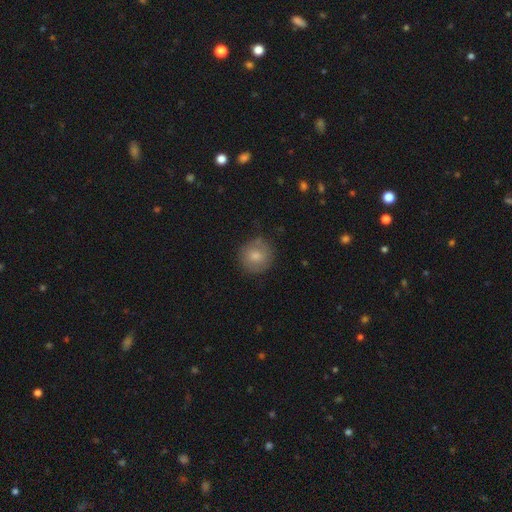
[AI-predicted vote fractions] smooth-or-featured: smooth: 75% | featured or disk: 18% | star or artifact: 7%
  how-rounded: round: 92% | in between: 7% | cigar-shaped: 1%
  merging: none: 77% | minor disturbance: 17% | major disturbance: 5% | merger: 2%